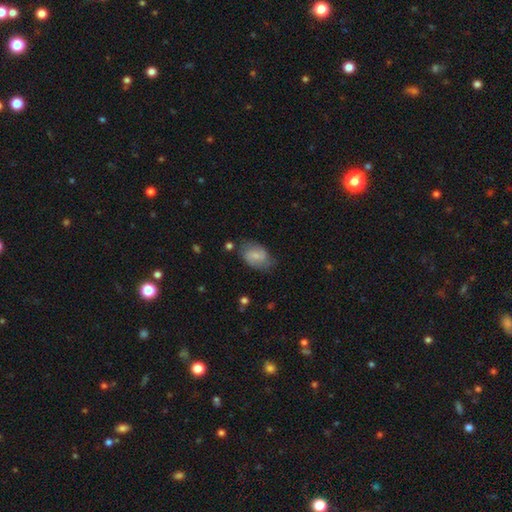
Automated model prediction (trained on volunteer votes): A smooth galaxy with no disk features (60%) that is in between round and cigar-shaped (86%).

Vote fractions:
- Smooth or featured? smooth: 60% / featured or disk: 33% / star or artifact: 7%
- How rounded? in between: 86% / round: 13% / cigar-shaped: 2%
- Merging? none: 67% / minor disturbance: 24% / major disturbance: 6% / merger: 3%